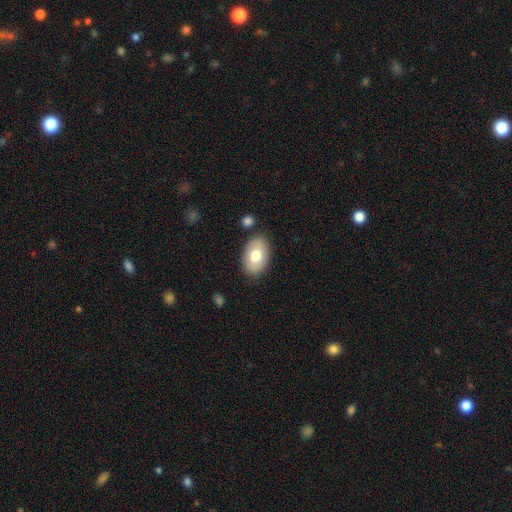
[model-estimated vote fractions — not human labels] A smooth galaxy with no disk features (72%) that is in between round and cigar-shaped (89%).

Vote fractions:
- Smooth or featured? smooth: 72% / featured or disk: 21% / star or artifact: 7%
- How rounded? in between: 89% / round: 10% / cigar-shaped: 1%
- Merging? none: 83% / minor disturbance: 11% / merger: 3% / major disturbance: 3%